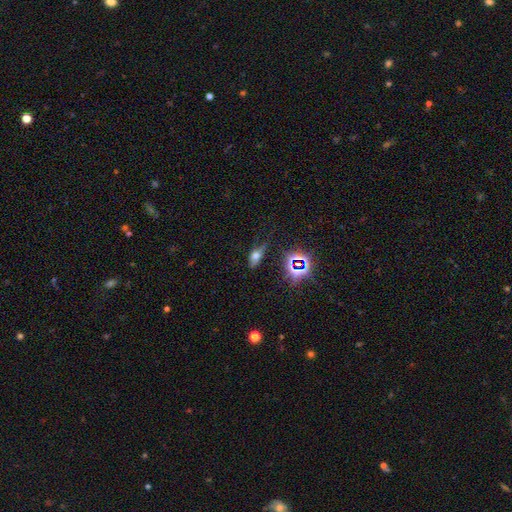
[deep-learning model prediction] smooth-or-featured: smooth: 48% | star or artifact: 28% | featured or disk: 25%
  merging: none: 59% | minor disturbance: 25% | major disturbance: 13% | merger: 3%